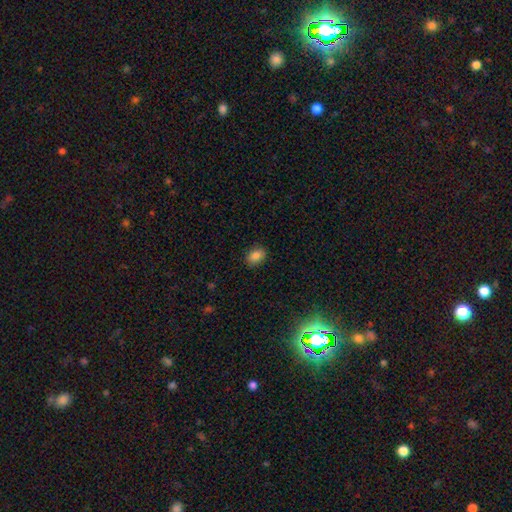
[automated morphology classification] Smooth or featured?
  - smooth: 86% *
  - star or artifact: 10%
  - featured or disk: 4%
How rounded?
  - in between: 78% *
  - round: 20%
  - cigar-shaped: 1%
Merging?
  - none: 87% *
  - minor disturbance: 10%
  - major disturbance: 2%
  - merger: 1%